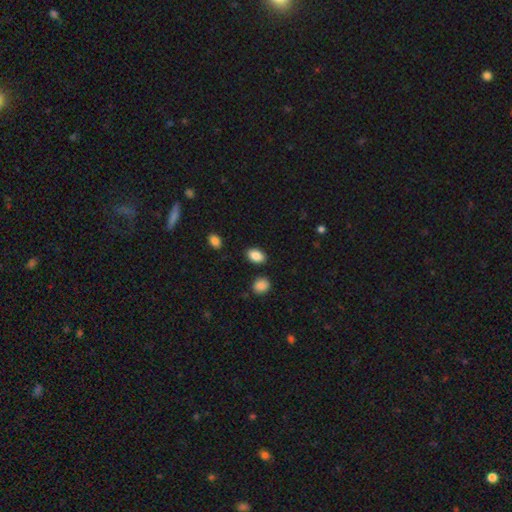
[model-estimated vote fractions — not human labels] Smooth or featured? smooth (88%)
How rounded? in between (88%)
Merging? none (85%)